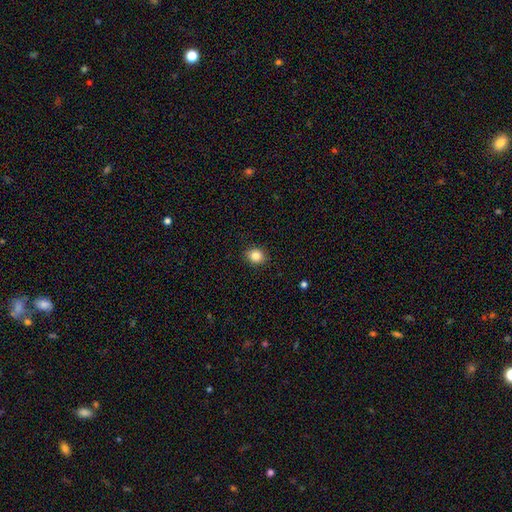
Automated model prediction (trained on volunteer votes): The model was most divided on "how rounded": round: 67%, in between: 32%, cigar-shaped: 1%. More confident: merging — none (90%); smooth or featured — smooth (85%).